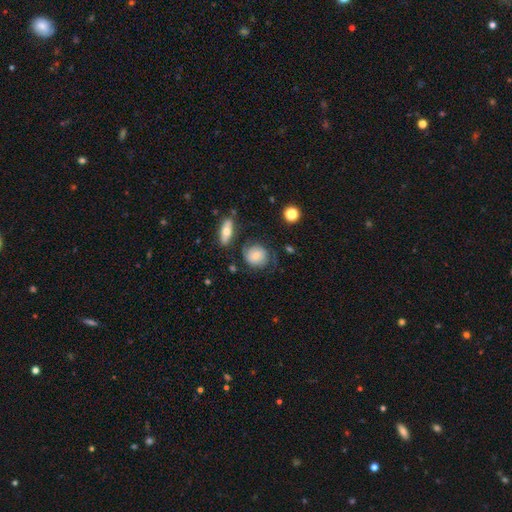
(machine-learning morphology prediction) smooth 60%, featured or disk 31%, star or artifact 8%. Down the decision tree: how rounded — round (75%); merging — none (59%).